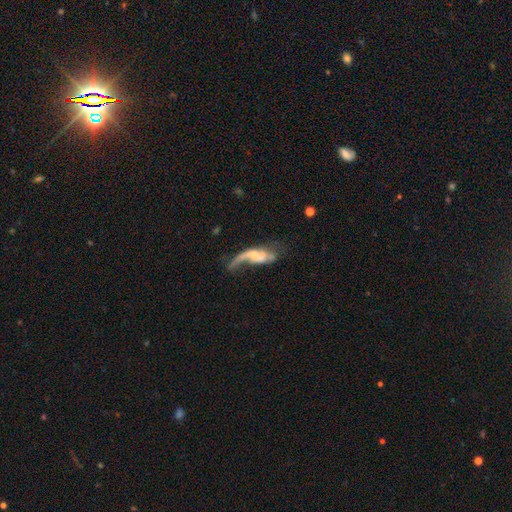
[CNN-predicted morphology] featured or disk 64%, smooth 28%, star or artifact 8%. Down the decision tree: edge-on disk — no (90%); bar — no (60%); spiral arms — yes (67%); bulge size — none (40%); merging — major disturbance (48%).